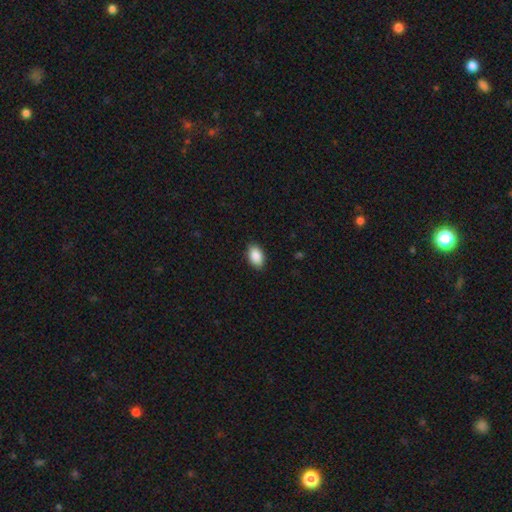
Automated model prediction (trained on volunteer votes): smooth 88%, star or artifact 7%, featured or disk 5%. Down the decision tree: how rounded — in between (92%); merging — none (88%).